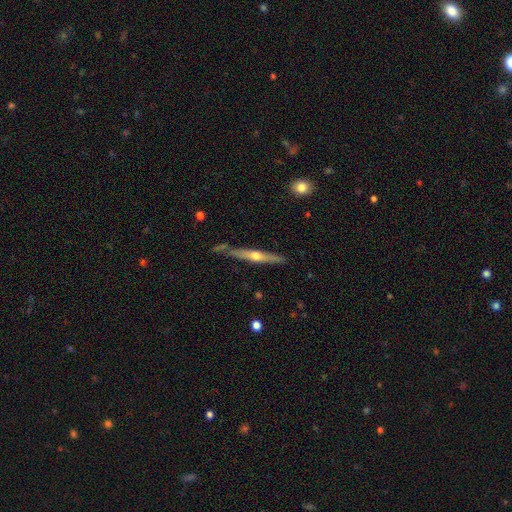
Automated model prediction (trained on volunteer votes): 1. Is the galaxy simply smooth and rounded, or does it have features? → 67% featured or disk, 27% smooth, 6% star or artifact.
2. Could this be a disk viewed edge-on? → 95% yes, 5% no.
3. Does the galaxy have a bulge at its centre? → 89% rounded, 8% none, 2% boxy.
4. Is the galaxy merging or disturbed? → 79% none, 14% minor disturbance, 5% merger, 3% major disturbance.